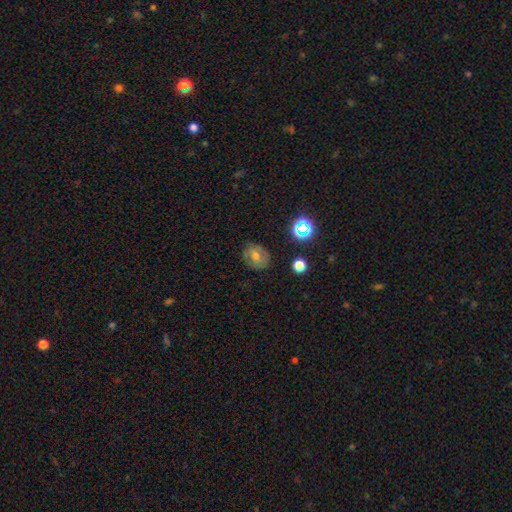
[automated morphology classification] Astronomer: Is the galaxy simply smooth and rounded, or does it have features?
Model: smooth — 52% (runner-up: featured or disk, 28%).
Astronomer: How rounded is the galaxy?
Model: round — 60% (runner-up: in between, 39%).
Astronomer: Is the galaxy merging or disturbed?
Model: none — 80%.